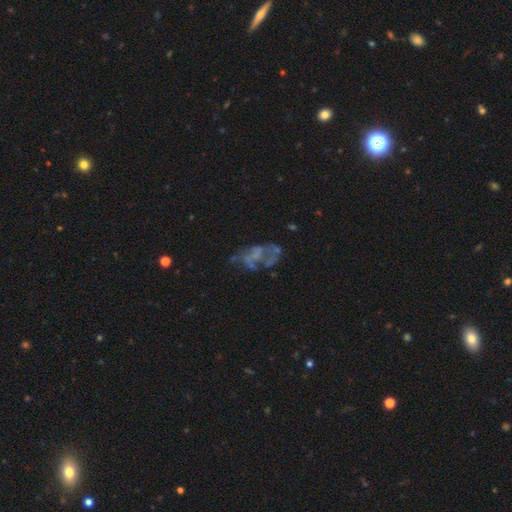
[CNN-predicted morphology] Smooth or featured? Predicted: featured or disk (p=0.63). Edge-on disk? Predicted: no (p=0.97). Bar? Predicted: no (p=0.85). Spiral arms? Predicted: no (p=0.79). Bulge size? Predicted: none (p=0.77). Merging? Predicted: none (p=0.42).